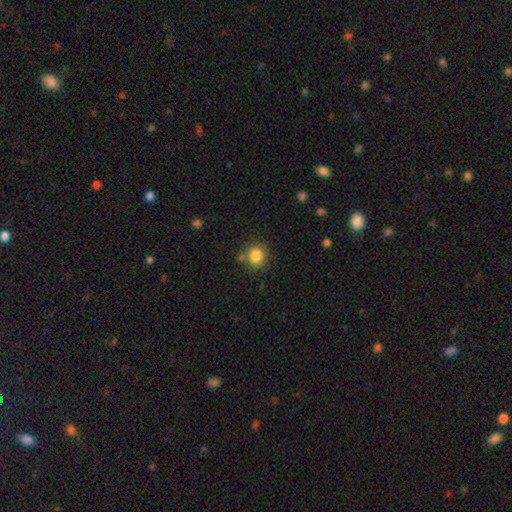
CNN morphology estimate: A smooth galaxy with no disk features (84%) that is round (85%).

Vote fractions:
- Smooth or featured? smooth: 84% / star or artifact: 10% / featured or disk: 5%
- How rounded? round: 85% / in between: 14% / cigar-shaped: 1%
- Merging? none: 75% / minor disturbance: 11% / merger: 10% / major disturbance: 3%